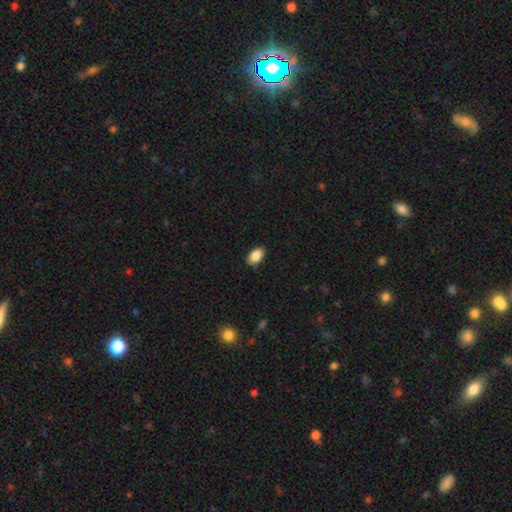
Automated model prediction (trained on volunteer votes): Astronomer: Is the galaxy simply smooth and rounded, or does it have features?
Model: smooth — 88%.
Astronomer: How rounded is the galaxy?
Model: in between — 90%.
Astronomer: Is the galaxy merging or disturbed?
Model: none — 86%.